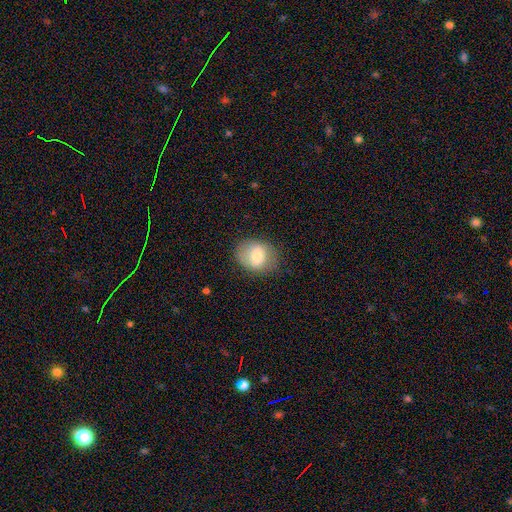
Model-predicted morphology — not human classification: The model was most divided on "how rounded": in between: 53%, round: 46%, cigar-shaped: 1%. More confident: merging — none (77%); smooth or featured — smooth (71%).